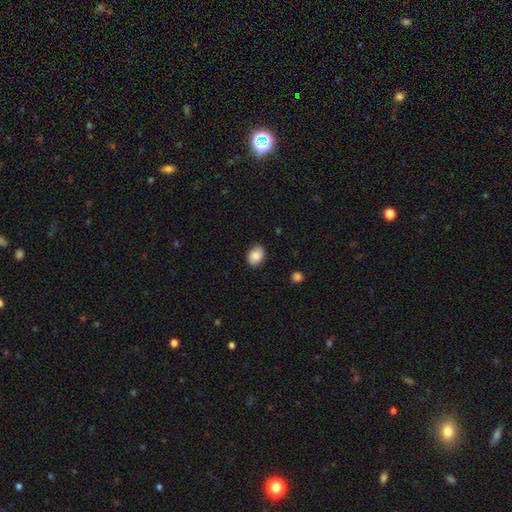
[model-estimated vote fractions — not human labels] smooth 84%, featured or disk 8%, star or artifact 8%. Down the decision tree: how rounded — in between (71%); merging — none (78%).